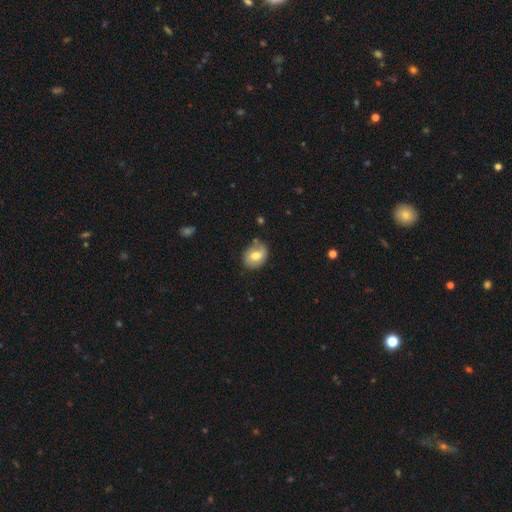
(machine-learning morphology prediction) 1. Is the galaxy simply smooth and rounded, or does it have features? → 65% smooth, 27% featured or disk, 8% star or artifact.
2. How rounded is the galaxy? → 53% round, 46% in between, 1% cigar-shaped.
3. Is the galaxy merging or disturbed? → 70% none, 22% minor disturbance, 5% major disturbance, 3% merger.